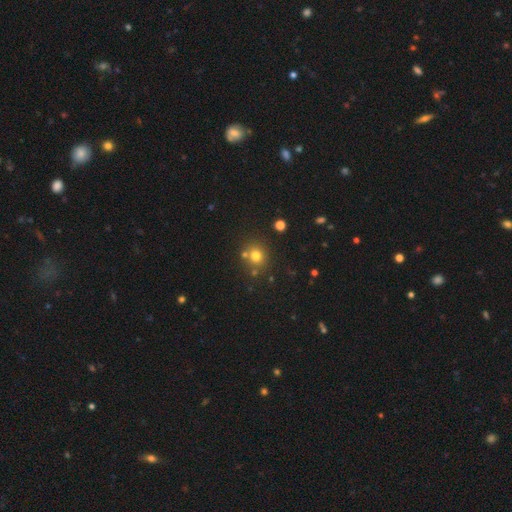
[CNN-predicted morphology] This is likely a smooth galaxy (73%). How rounded: clearly round (85%). Merging: likely none (75%).